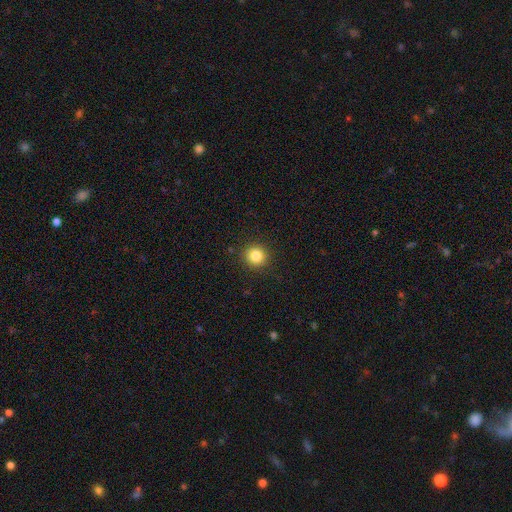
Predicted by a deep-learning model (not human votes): The model was most divided on "smooth or featured": smooth: 83%, star or artifact: 11%, featured or disk: 6%. More confident: how rounded — round (92%); merging — none (91%).